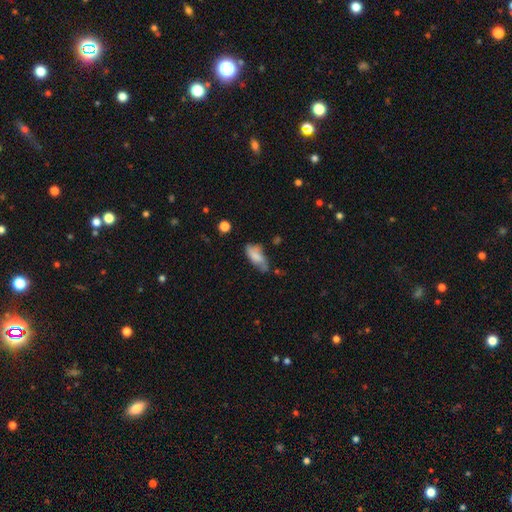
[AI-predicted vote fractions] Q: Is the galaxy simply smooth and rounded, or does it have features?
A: smooth — 70%.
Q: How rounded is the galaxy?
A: in between — 81%.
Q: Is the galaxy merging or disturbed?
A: none — 46%.